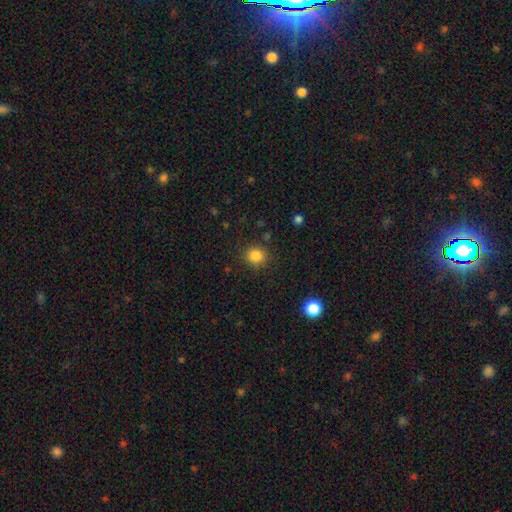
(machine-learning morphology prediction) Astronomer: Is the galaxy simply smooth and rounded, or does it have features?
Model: smooth — 84%.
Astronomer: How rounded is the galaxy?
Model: round — 89%.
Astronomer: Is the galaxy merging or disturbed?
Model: none — 88%.